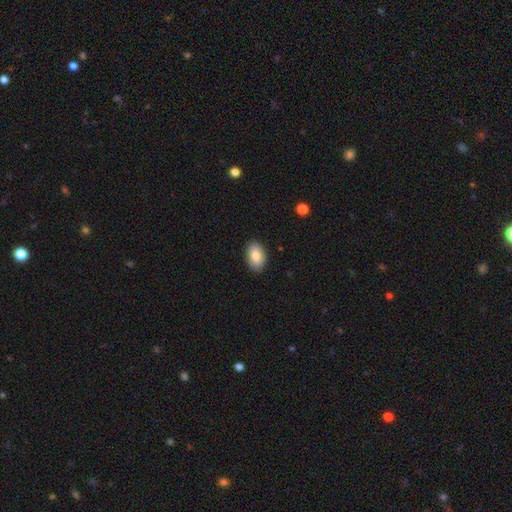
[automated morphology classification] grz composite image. It shows a smooth galaxy with no disk features (80%) that is in between round and cigar-shaped (92%). Merging: none (88%).